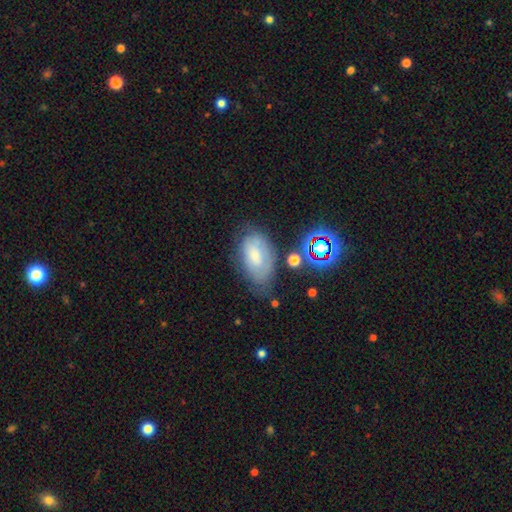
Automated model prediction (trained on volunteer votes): This is possibly a smooth galaxy (60%). How rounded: clearly in between (91%). Merging: possibly none (50%).